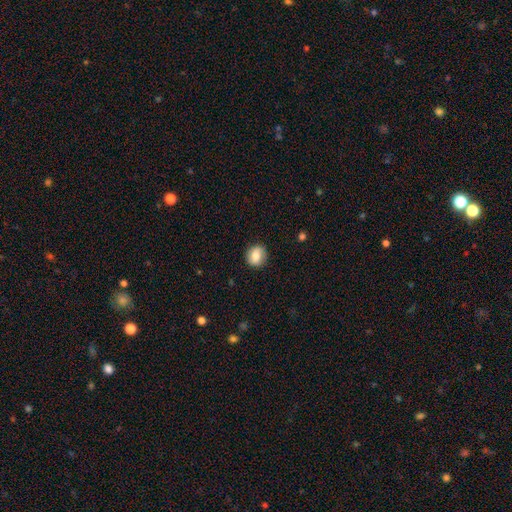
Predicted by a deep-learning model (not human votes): This appears to be a smooth galaxy with no disk features (76%) that is round (78%). Merging: none (85%).